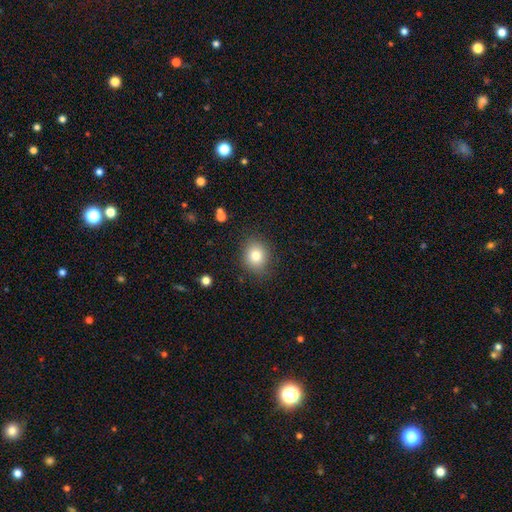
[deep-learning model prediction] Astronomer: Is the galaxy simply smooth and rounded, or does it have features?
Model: smooth — 81%.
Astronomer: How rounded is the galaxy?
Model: round — 70%.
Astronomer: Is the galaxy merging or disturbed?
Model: none — 84%.